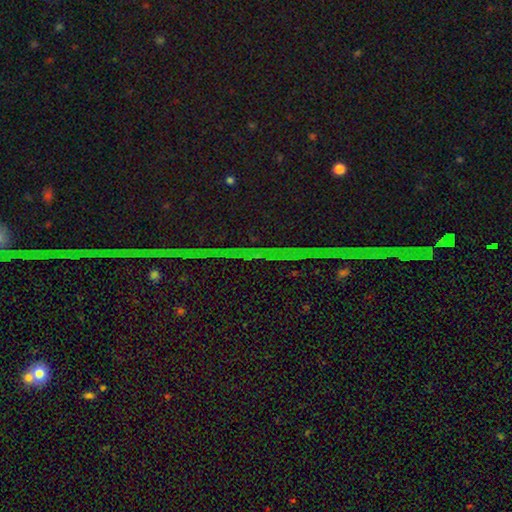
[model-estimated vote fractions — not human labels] This appears to be a star or artifact, not a galaxy (87%).